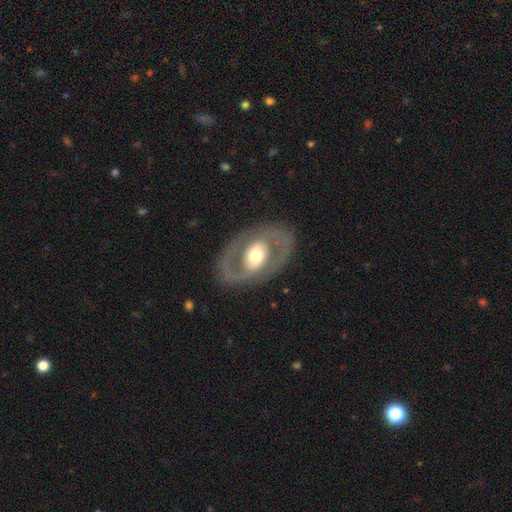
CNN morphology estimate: A featured or disk galaxy (72%) with no bar (61%), no spiral arms (52%) and a moderate central bulge (58%).

Vote fractions:
- Smooth or featured? featured or disk: 72% / smooth: 23% / star or artifact: 5%
- Edge-on disk? no: 94% / yes: 6%
- Bar? no: 61% / weak: 25% / strong: 14%
- Spiral arms? no: 52% / yes: 48%
- Bulge size? moderate: 58% / large: 29% / small: 9% / dominant: 3% / none: 1%
- Merging? none: 80% / minor disturbance: 11% / major disturbance: 8% / merger: 1%